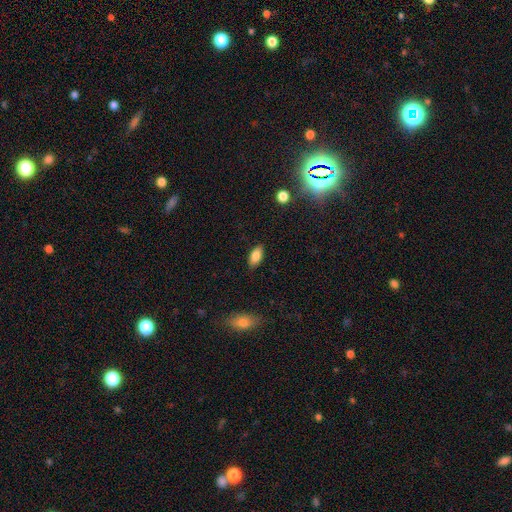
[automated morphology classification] smooth-or-featured: smooth: 85% | star or artifact: 8% | featured or disk: 7%
  how-rounded: in between: 89% | cigar-shaped: 7% | round: 3%
  merging: none: 86% | minor disturbance: 11% | major disturbance: 2% | merger: 1%